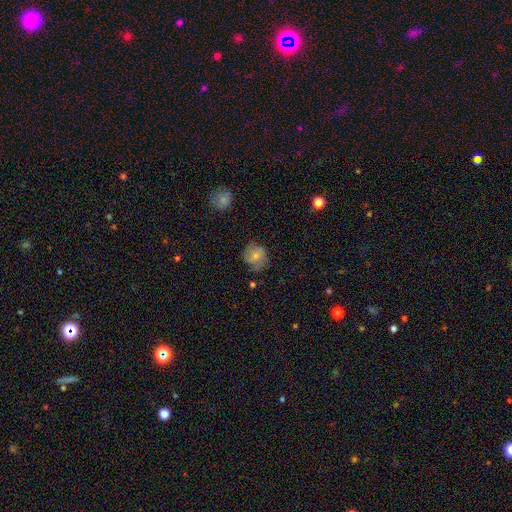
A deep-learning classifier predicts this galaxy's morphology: Smooth or featured?
  - smooth: 64% *
  - featured or disk: 27%
  - star or artifact: 9%
How rounded?
  - round: 80% *
  - in between: 19%
  - cigar-shaped: 1%
Merging?
  - none: 65% *
  - minor disturbance: 24%
  - major disturbance: 9%
  - merger: 2%